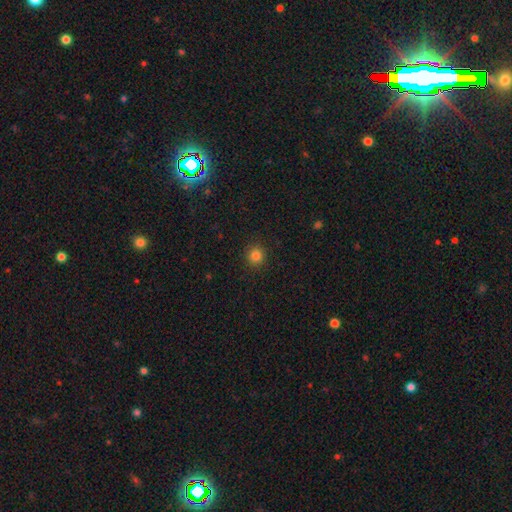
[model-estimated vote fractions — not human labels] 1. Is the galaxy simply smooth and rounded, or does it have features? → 83% smooth, 13% star or artifact, 4% featured or disk.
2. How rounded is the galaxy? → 92% round, 7% in between, 1% cigar-shaped.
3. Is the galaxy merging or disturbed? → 91% none, 6% minor disturbance, 2% major disturbance, 1% merger.